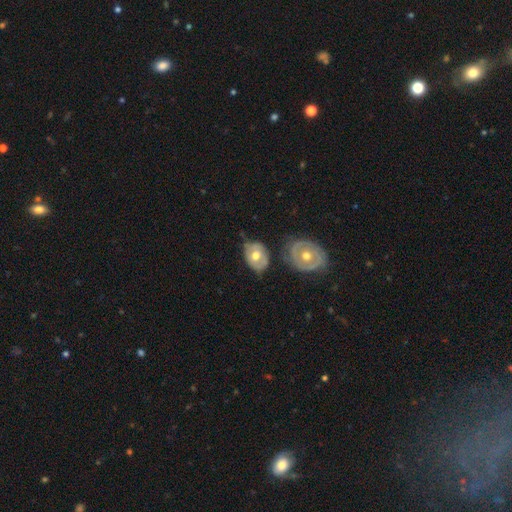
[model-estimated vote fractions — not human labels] Smooth or featured: featured or disk — 48% (smooth — 46%)
Merging: none — 53% (minor disturbance — 25%)